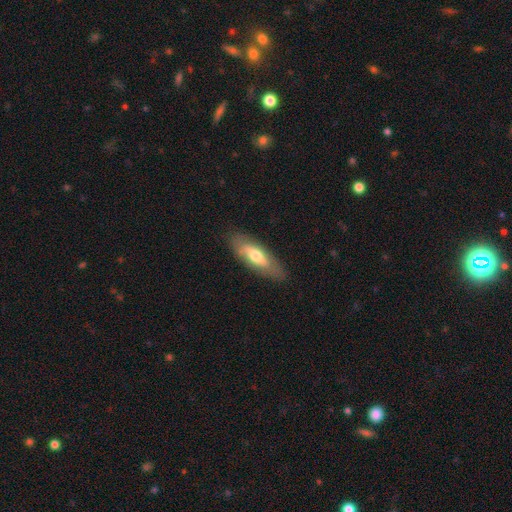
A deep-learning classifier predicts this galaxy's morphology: smooth 54%, featured or disk 40%, star or artifact 6%. Down the decision tree: how rounded — in between (67%); merging — none (79%).